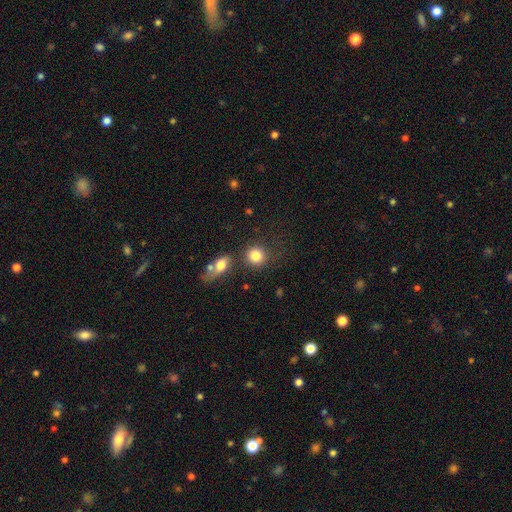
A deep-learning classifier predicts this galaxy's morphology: smooth-or-featured: smooth: 83% | star or artifact: 9% | featured or disk: 8%
  how-rounded: round: 86% | in between: 12% | cigar-shaped: 1%
  merging: none: 70% | merger: 13% | minor disturbance: 11% | major disturbance: 6%